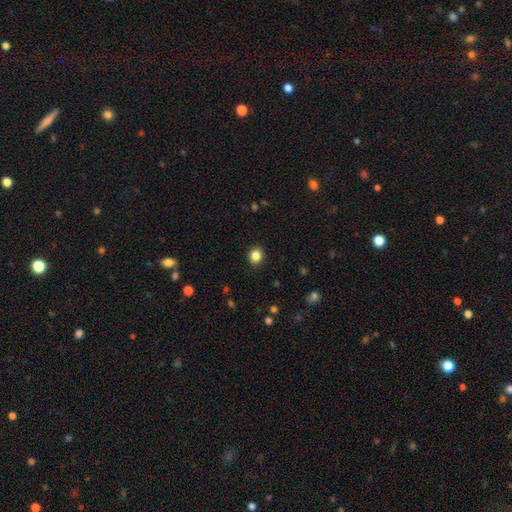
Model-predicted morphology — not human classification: This is clearly a smooth galaxy (85%). How rounded: likely round (75%). Merging: clearly none (91%).